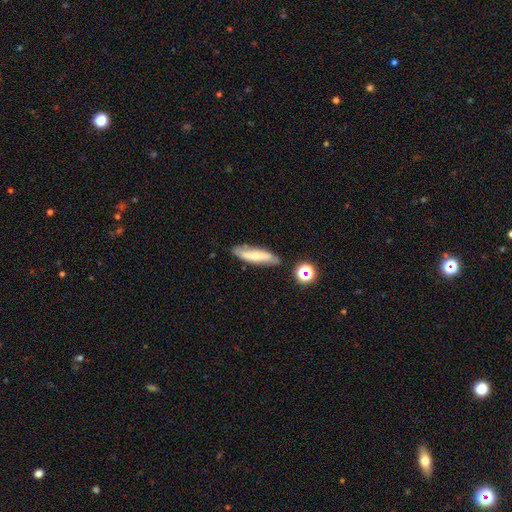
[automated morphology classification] Smooth or featured? smooth (57%)
How rounded? cigar-shaped (73%)
Merging? none (75%)